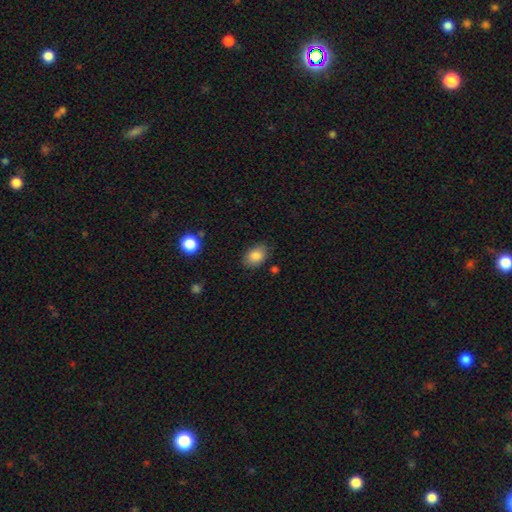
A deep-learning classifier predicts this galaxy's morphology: This appears to be a smooth galaxy with no disk features (85%) that is in between round and cigar-shaped (78%). Merging: none (80%).